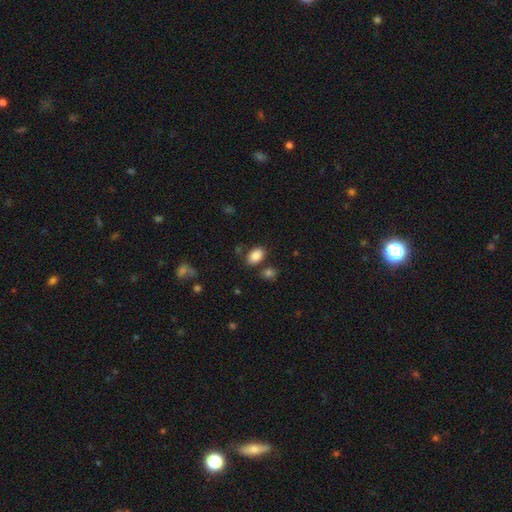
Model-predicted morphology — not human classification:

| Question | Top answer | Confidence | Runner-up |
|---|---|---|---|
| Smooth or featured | smooth | 87% | star or artifact (8%) |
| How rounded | in between | 89% | round (9%) |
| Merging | none | 76% | minor disturbance (12%) |